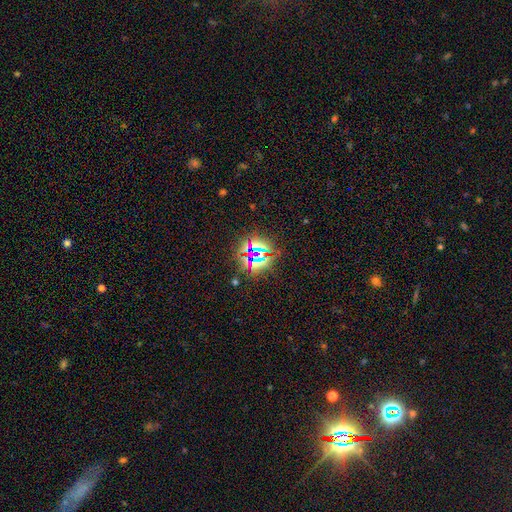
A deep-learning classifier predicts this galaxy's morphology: smooth_or_featured: star or artifact (p=0.77) [alt: smooth p=0.14]